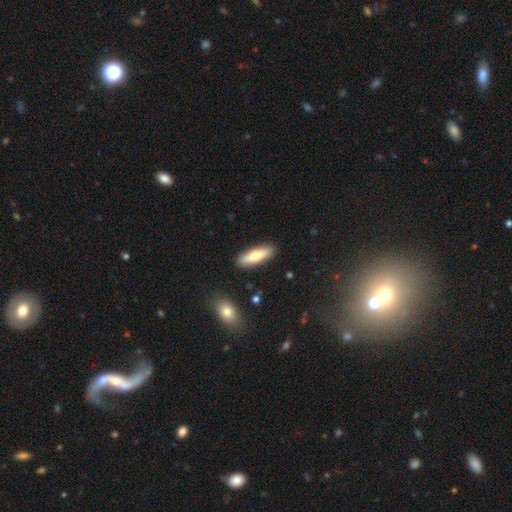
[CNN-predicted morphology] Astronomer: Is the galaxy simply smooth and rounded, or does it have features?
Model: smooth — 65%.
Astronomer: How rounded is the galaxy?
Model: cigar-shaped — 56% (runner-up: in between, 41%).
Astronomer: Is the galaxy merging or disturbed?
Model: none — 89%.